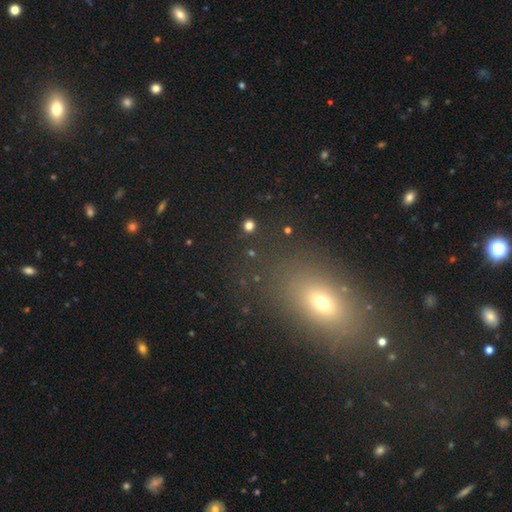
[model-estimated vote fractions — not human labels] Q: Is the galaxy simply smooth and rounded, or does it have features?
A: smooth — 58%.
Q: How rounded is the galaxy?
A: in between — 70%.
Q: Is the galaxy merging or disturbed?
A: none — 82%.